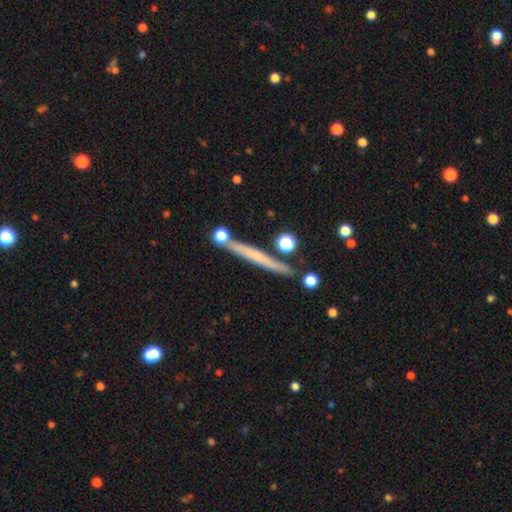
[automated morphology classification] smooth_or_featured: featured or disk (p=0.50) [alt: smooth p=0.42]
merging: none (p=0.81) [alt: minor disturbance p=0.10]